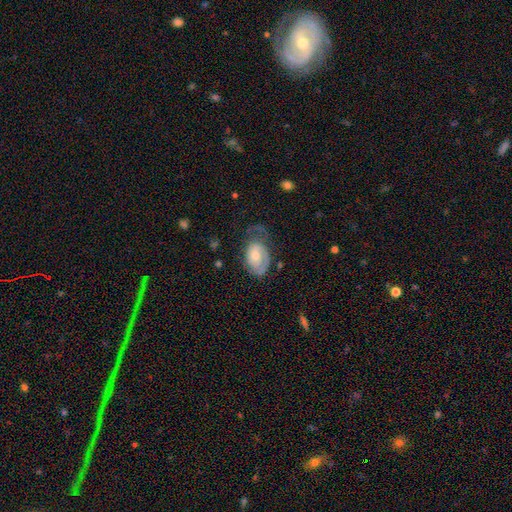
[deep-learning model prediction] smooth-or-featured: featured or disk: 53% | smooth: 41% | star or artifact: 6%
  disk-edge-on: no: 95% | yes: 5%
    bar: no: 71% | weak: 25% | strong: 4%
    has-spiral-arms: yes: 74% | no: 26%
    bulge-size: moderate: 49% | small: 34% | large: 10% | none: 5% | dominant: 2%
  merging: none: 38% | major disturbance: 30% | minor disturbance: 30% | merger: 2%